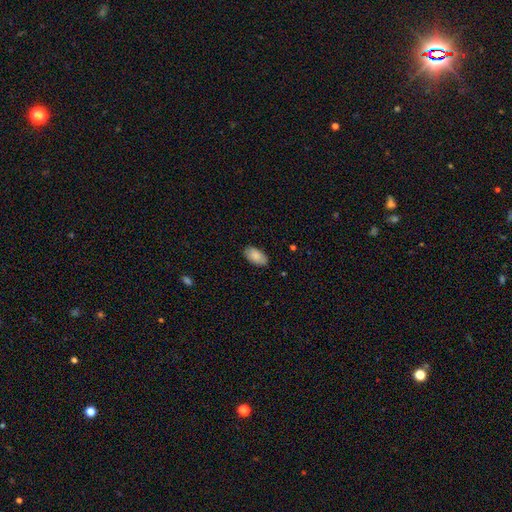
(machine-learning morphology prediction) smooth_or_featured: smooth (p=0.87) [alt: featured or disk p=0.07]
how_rounded: in between (p=0.95) [alt: round p=0.03]
merging: none (p=0.85) [alt: minor disturbance p=0.12]